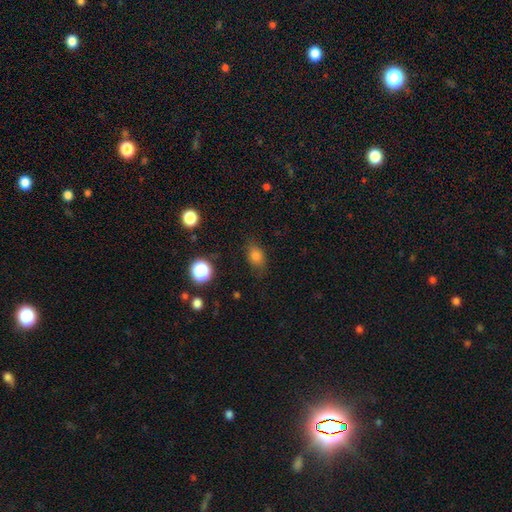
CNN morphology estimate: This is likely a smooth galaxy (79%). How rounded: likely in between (67%). Merging: likely none (75%).